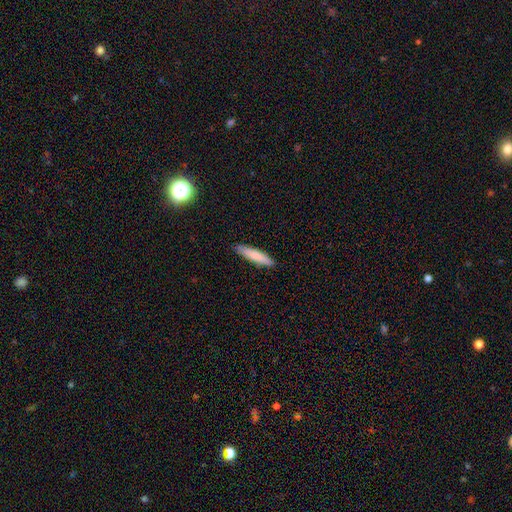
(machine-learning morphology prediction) Q: Smooth or featured?
A: smooth (78%); runner-up: featured or disk (16%)
Q: How rounded?
A: cigar-shaped (82%); runner-up: in between (17%)
Q: Merging?
A: none (90%); runner-up: minor disturbance (8%)